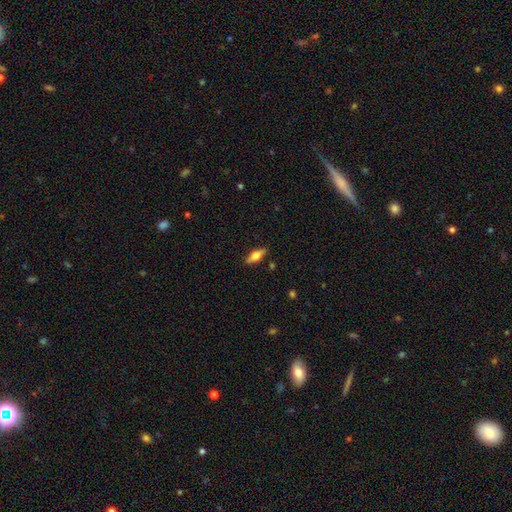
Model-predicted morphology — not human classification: Smooth or featured: smooth — 55% (featured or disk — 38%)
How rounded: in between — 66% (cigar-shaped — 31%)
Merging: none — 86% (minor disturbance — 10%)